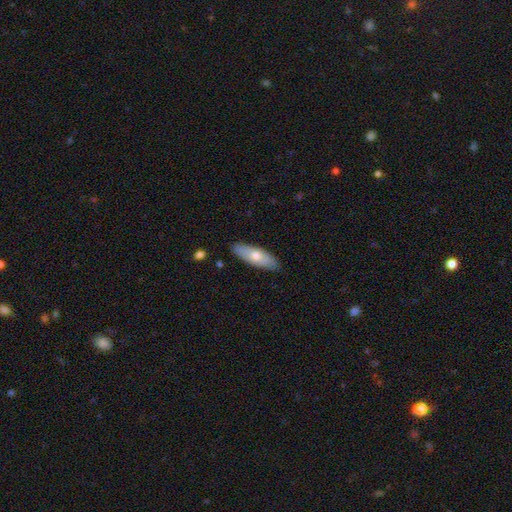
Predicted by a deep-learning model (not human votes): Smooth or featured? smooth (62%)
How rounded? in between (63%)
Merging? none (87%)